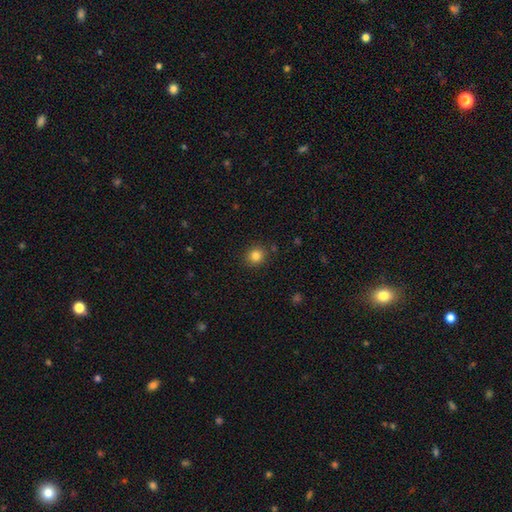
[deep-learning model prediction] This is clearly a smooth galaxy (83%). How rounded: clearly round (83%). Merging: clearly none (87%).